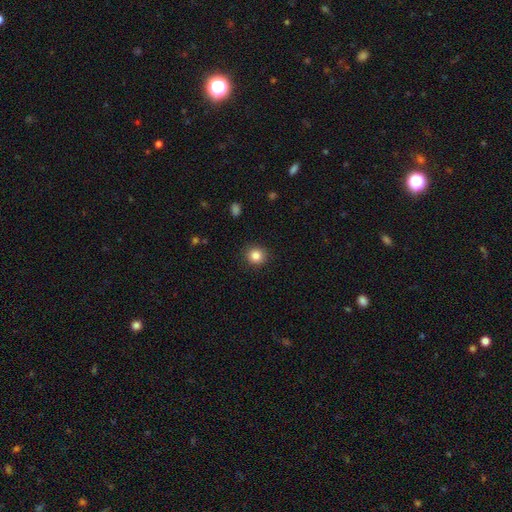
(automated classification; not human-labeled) Smooth or featured: smooth — 84% (star or artifact — 10%)
How rounded: round — 91% (in between — 8%)
Merging: none — 91% (minor disturbance — 6%)